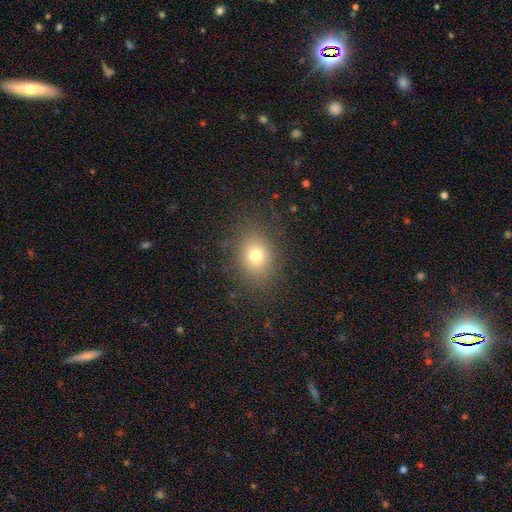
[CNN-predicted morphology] Smooth or featured?
  - smooth: 74% *
  - star or artifact: 15%
  - featured or disk: 11%
How rounded?
  - in between: 50% *
  - round: 49%
  - cigar-shaped: 1%
Merging?
  - none: 83% *
  - minor disturbance: 11%
  - major disturbance: 5%
  - merger: 1%